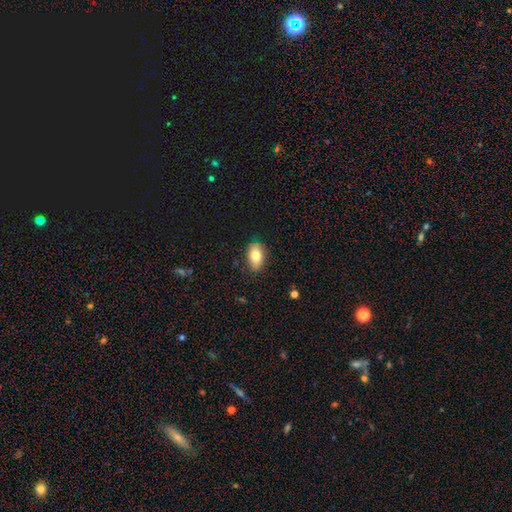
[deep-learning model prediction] Smooth or featured?
  - smooth: 80% *
  - featured or disk: 12%
  - star or artifact: 8%
How rounded?
  - in between: 88% *
  - round: 9%
  - cigar-shaped: 2%
Merging?
  - none: 83% *
  - minor disturbance: 13%
  - major disturbance: 3%
  - merger: 1%